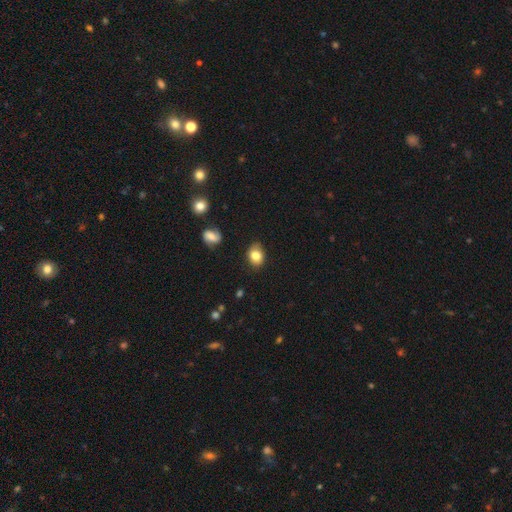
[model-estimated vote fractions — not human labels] The model was most divided on "how rounded": in between: 61%, round: 37%, cigar-shaped: 1%. More confident: smooth or featured — smooth (81%); merging — none (75%).